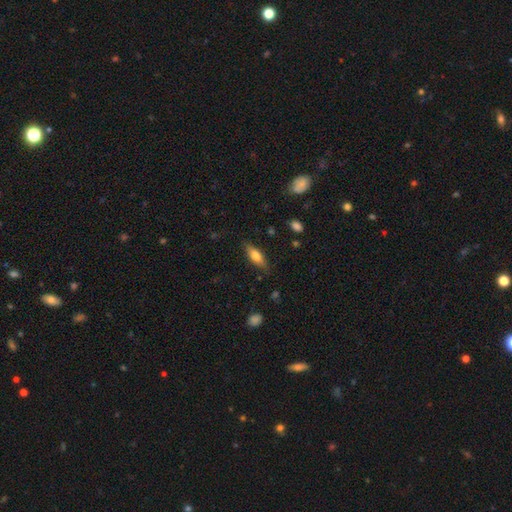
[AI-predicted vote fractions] smooth-or-featured: smooth: 71% | featured or disk: 22% | star or artifact: 6%
  how-rounded: in between: 63% | cigar-shaped: 35% | round: 2%
  merging: none: 81% | minor disturbance: 14% | major disturbance: 3% | merger: 1%